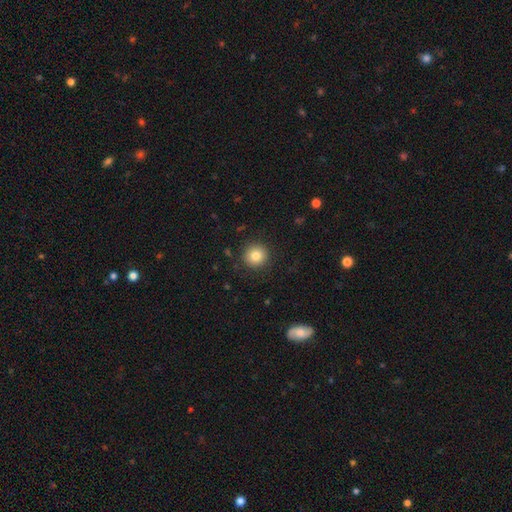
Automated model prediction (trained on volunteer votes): This is clearly a smooth galaxy (82%). How rounded: clearly round (94%). Merging: clearly none (91%).